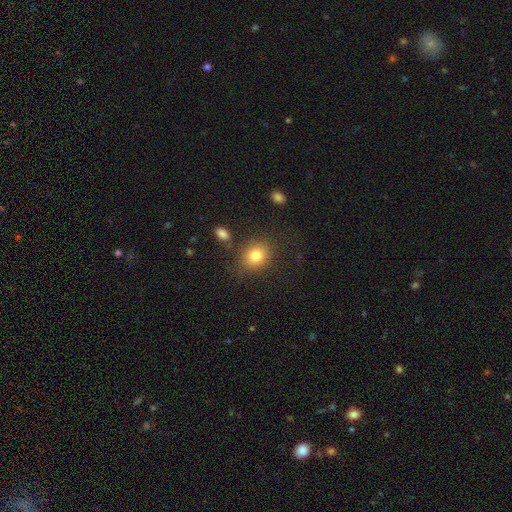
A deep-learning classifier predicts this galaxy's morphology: smooth-or-featured: smooth: 82% | star or artifact: 10% | featured or disk: 8%
  how-rounded: round: 59% | in between: 40% | cigar-shaped: 1%
  merging: none: 79% | minor disturbance: 12% | major disturbance: 5% | merger: 4%